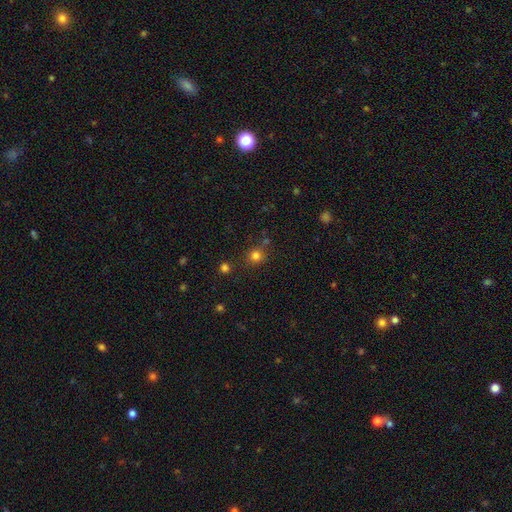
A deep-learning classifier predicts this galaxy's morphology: This is likely a smooth galaxy (79%). How rounded: clearly round (88%). Merging: likely none (77%).